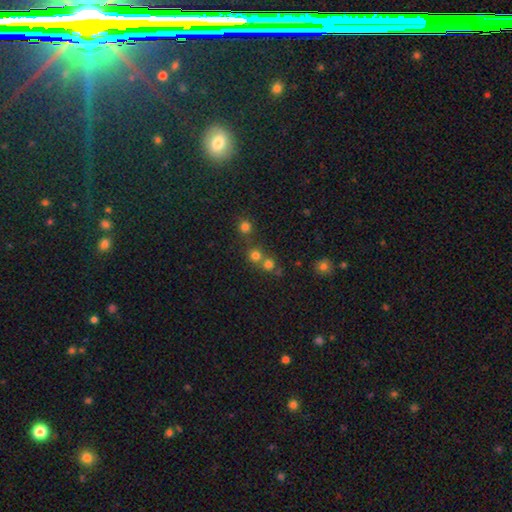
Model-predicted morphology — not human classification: Overall: smooth (73%). How rounded: round (91%). Merging: none (59%; merger 34%).